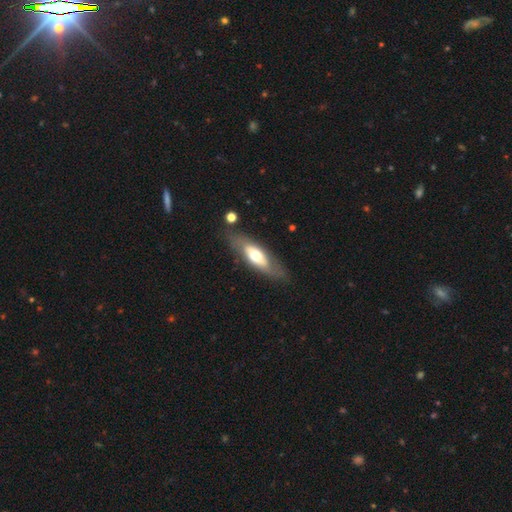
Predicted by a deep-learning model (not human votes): smooth_or_featured: featured or disk (p=0.48) [alt: smooth p=0.46]
merging: none (p=0.74) [alt: minor disturbance p=0.16]